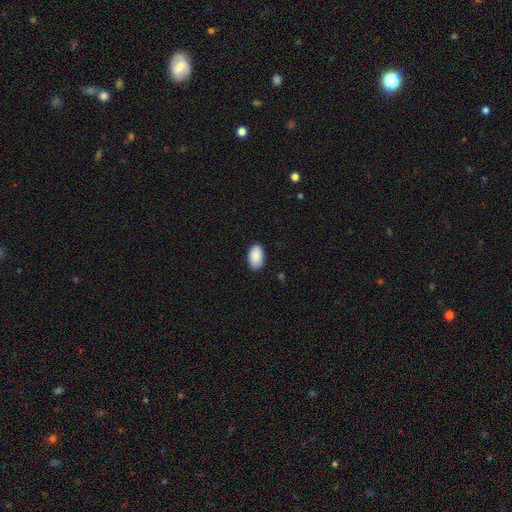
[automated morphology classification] Overall: smooth (89%). How rounded: in between (94%). Merging: none (86%).